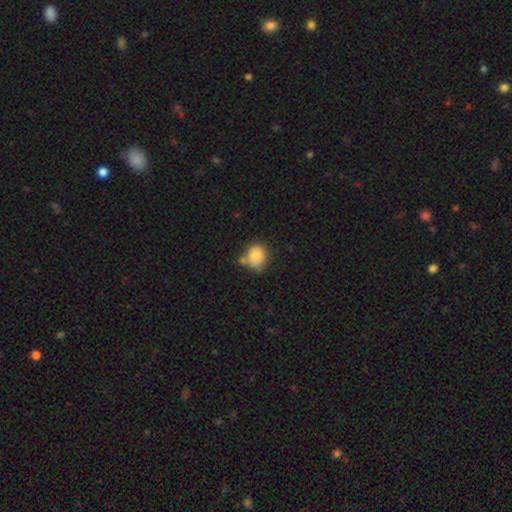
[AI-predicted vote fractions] This appears to be a smooth galaxy with no disk features (84%) that is round (70%). Merging: none (58%).